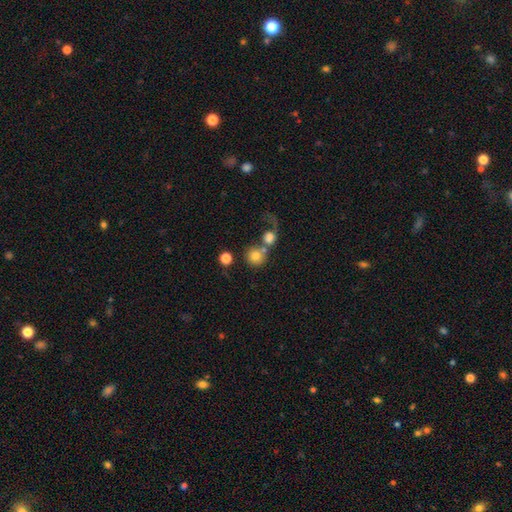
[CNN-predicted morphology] smooth_or_featured: smooth (p=0.78) [alt: featured or disk p=0.12]
how_rounded: round (p=0.90) [alt: in between p=0.09]
merging: none (p=0.50) [alt: merger p=0.34]